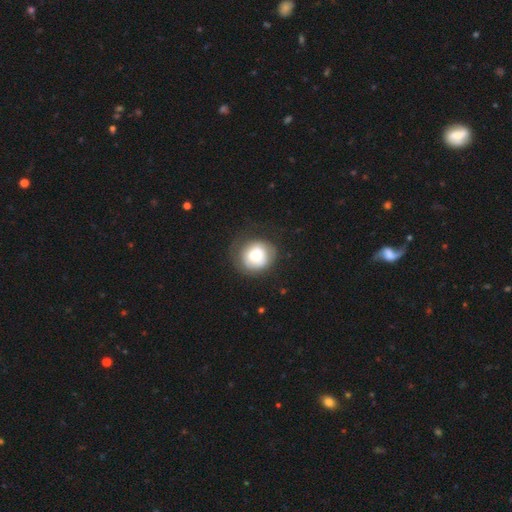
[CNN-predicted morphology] This is likely a smooth galaxy (67%). How rounded: clearly round (84%). Merging: likely none (63%).